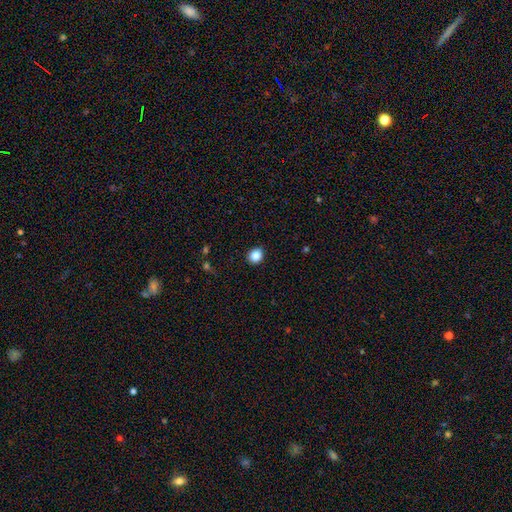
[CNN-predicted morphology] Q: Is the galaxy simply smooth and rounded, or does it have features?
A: smooth — 85%.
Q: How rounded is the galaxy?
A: round — 75%.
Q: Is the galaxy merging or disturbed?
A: none — 91%.